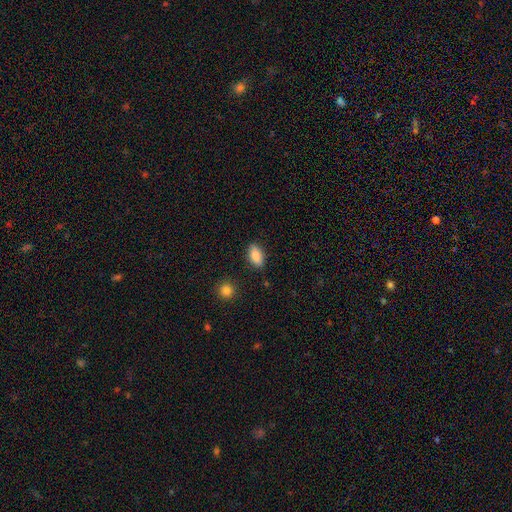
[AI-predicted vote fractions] smooth-or-featured: smooth: 86% | star or artifact: 7% | featured or disk: 6%
  how-rounded: in between: 90% | cigar-shaped: 5% | round: 5%
  merging: none: 85% | minor disturbance: 10% | major disturbance: 3% | merger: 2%